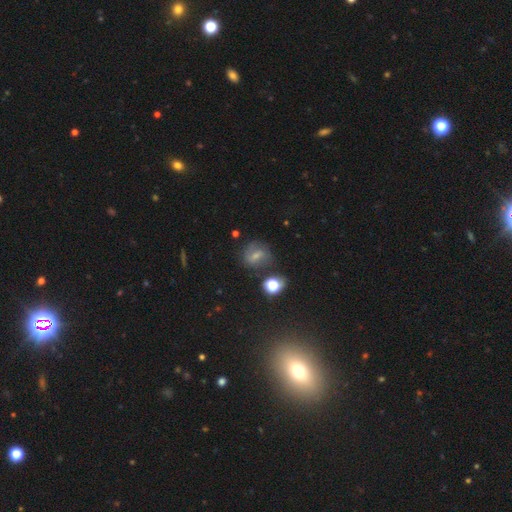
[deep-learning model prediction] featured or disk 44%, smooth 39%, star or artifact 17%. Down the decision tree: merging — none (64%).